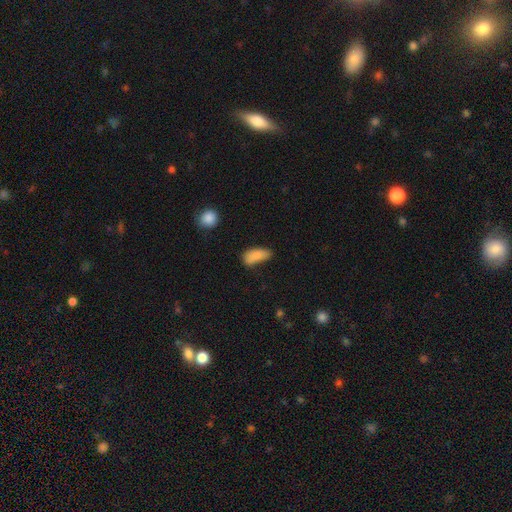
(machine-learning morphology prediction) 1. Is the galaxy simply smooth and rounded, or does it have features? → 84% smooth, 8% featured or disk, 8% star or artifact.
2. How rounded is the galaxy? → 84% in between, 12% cigar-shaped, 3% round.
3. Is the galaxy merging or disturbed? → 46% none, 38% minor disturbance, 12% major disturbance, 5% merger.